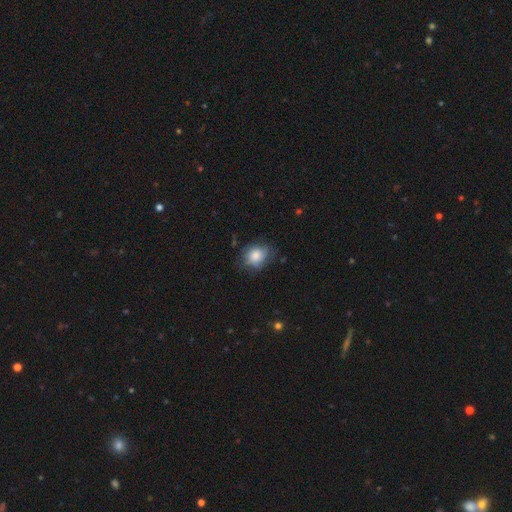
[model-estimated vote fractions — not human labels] This is likely a smooth galaxy (71%). How rounded: likely round (63%). Merging: likely none (60%).